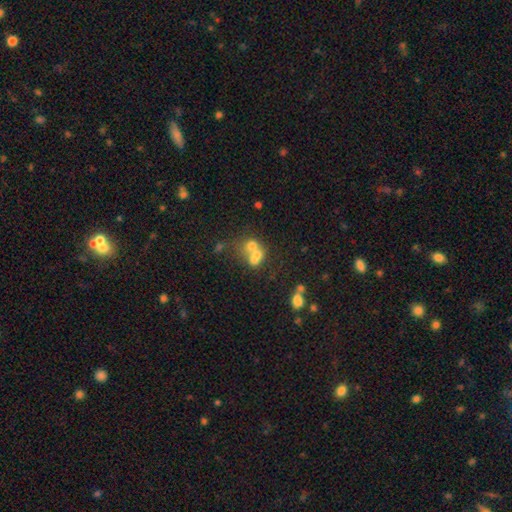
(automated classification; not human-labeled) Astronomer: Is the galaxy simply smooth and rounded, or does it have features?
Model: smooth — 62%.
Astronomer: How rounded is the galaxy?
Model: in between — 57% (runner-up: round, 40%).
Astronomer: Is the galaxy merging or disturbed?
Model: merger — 62%.